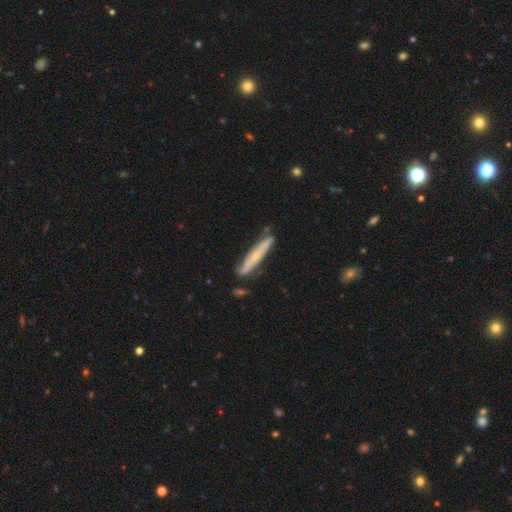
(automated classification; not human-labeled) Smooth or featured? Predicted: featured or disk (p=0.54). Edge-on disk? Predicted: yes (p=0.79). Merging? Predicted: none (p=0.76).